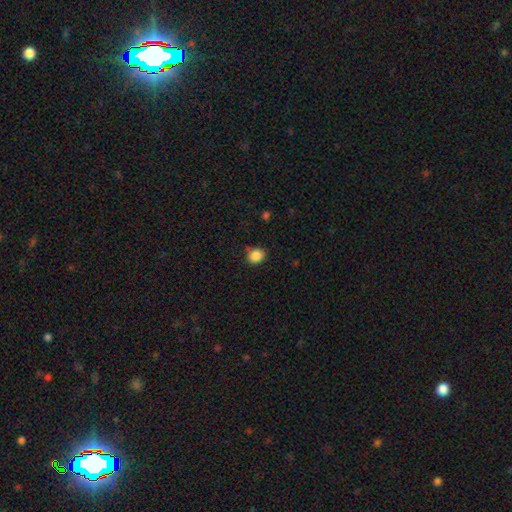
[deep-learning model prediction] Q: Smooth or featured?
A: smooth (87%); runner-up: star or artifact (10%)
Q: How rounded?
A: round (65%); runner-up: in between (34%)
Q: Merging?
A: none (79%); runner-up: minor disturbance (15%)